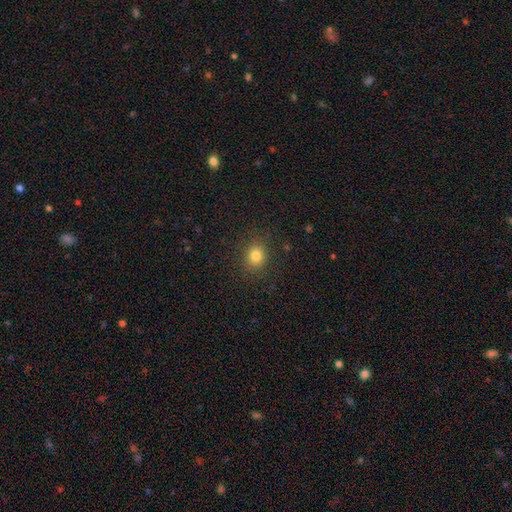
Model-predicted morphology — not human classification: This is clearly a smooth galaxy (81%). How rounded: likely round (78%). Merging: clearly none (88%).